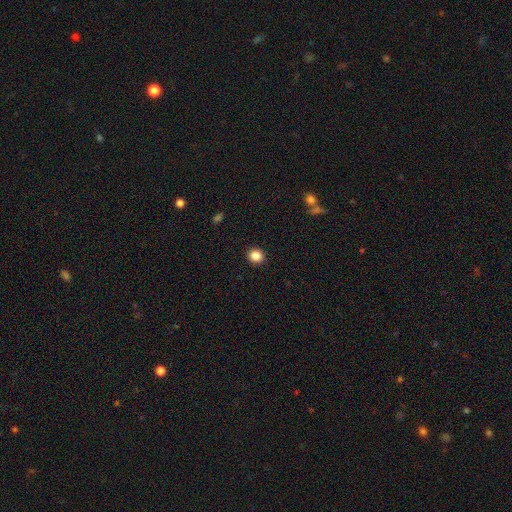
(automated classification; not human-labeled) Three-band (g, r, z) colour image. It shows a smooth galaxy with no disk features (86%) that is round (81%). Merging: none (92%).